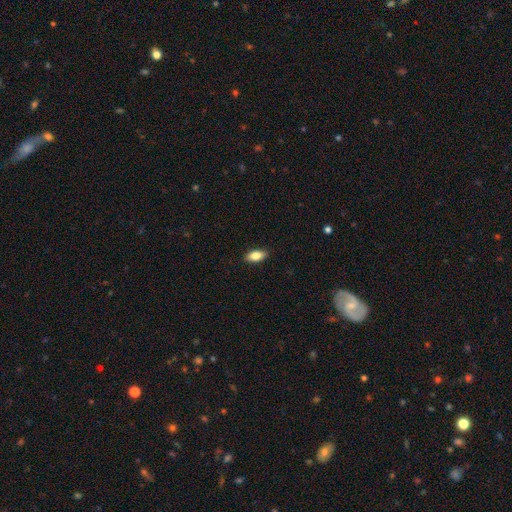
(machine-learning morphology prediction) smooth-or-featured: smooth: 83% | featured or disk: 10% | star or artifact: 7%
  how-rounded: in between: 88% | cigar-shaped: 9% | round: 3%
  merging: none: 89% | minor disturbance: 8% | major disturbance: 2% | merger: 1%